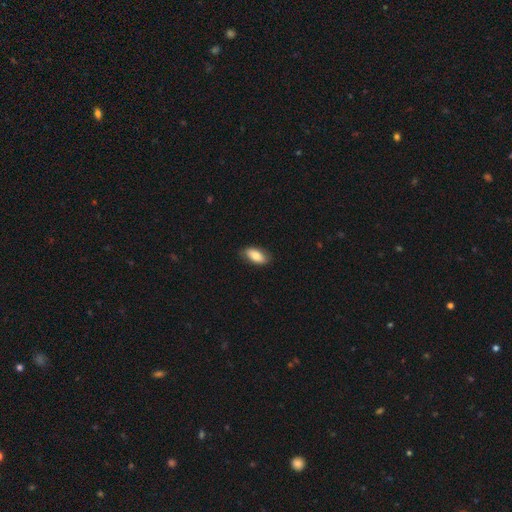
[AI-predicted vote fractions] Smooth or featured: smooth — 82% (featured or disk — 12%)
How rounded: in between — 90% (cigar-shaped — 7%)
Merging: none — 83% (minor disturbance — 14%)